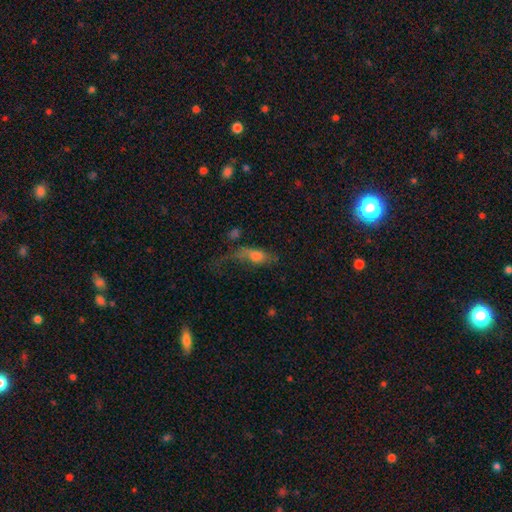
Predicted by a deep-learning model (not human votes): The model was most divided on "merging": major disturbance: 44%, none: 27%, minor disturbance: 21%, merger: 8%. More confident: how rounded — in between (66%); smooth or featured — smooth (54%).